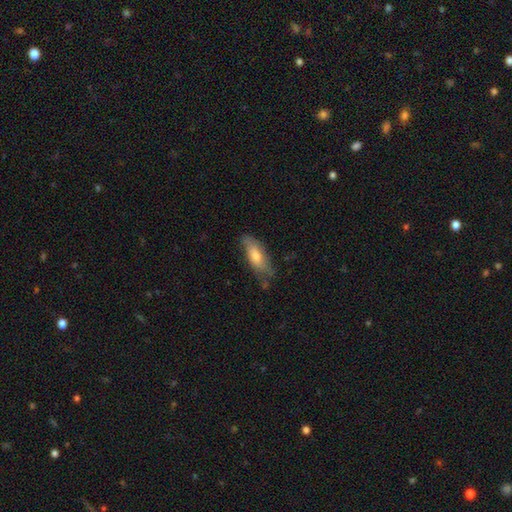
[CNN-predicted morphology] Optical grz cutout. It shows a smooth galaxy with no disk features (60%) that is in between round and cigar-shaped (64%). Merging: none (67%).